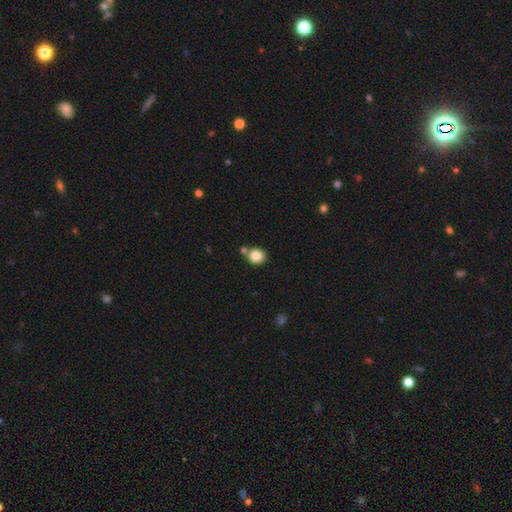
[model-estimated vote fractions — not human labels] Morphology: type=smooth (83%); roundness=round (82%); merging=none (67%).